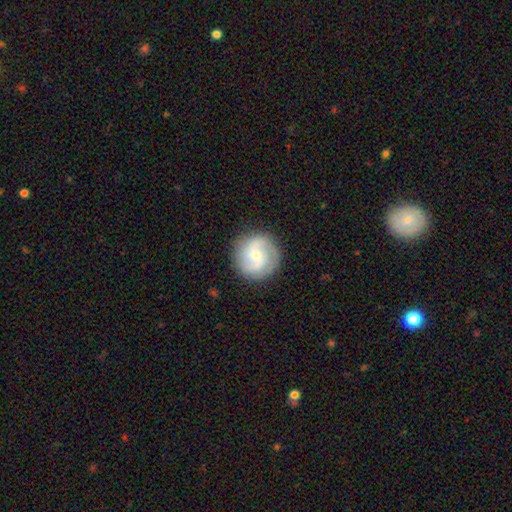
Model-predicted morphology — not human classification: type=featured or disk (71%); edge-on=no (98%); bar=no (48%); spiral arms=yes (93%); winding=medium (48%); arm count=2 (77%); bulge=small (60%); merging=none (87%).